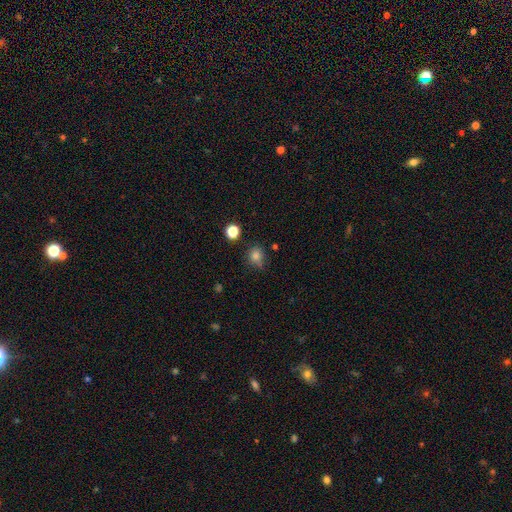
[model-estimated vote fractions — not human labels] This is likely a smooth galaxy (80%). How rounded: clearly round (81%). Merging: likely none (68%).